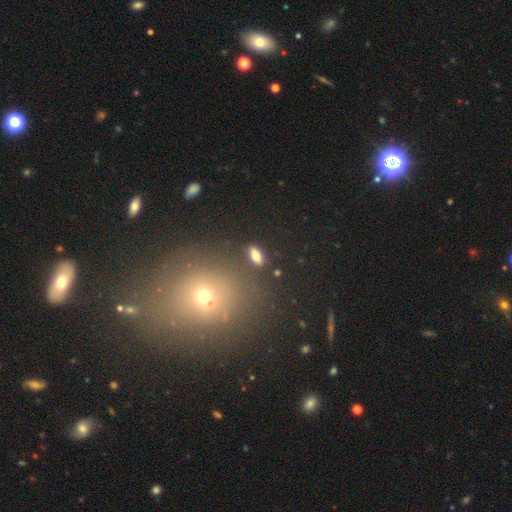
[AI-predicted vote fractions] This is likely a smooth galaxy (77%). How rounded: clearly in between (82%). Merging: clearly none (85%).